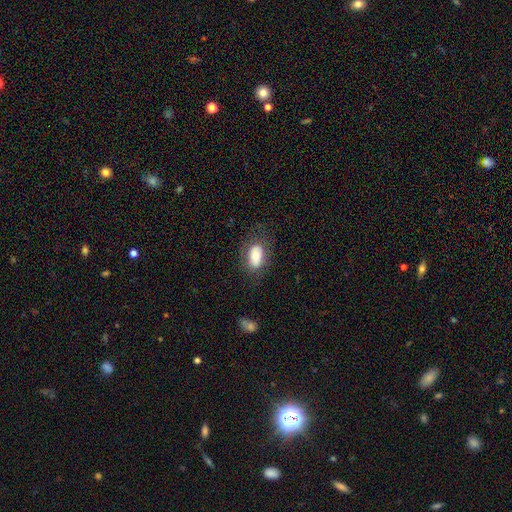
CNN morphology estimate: Smooth or featured?
  - smooth: 72% *
  - featured or disk: 21%
  - star or artifact: 8%
How rounded?
  - in between: 90% *
  - round: 7%
  - cigar-shaped: 3%
Merging?
  - none: 74% *
  - minor disturbance: 17%
  - major disturbance: 8%
  - merger: 2%